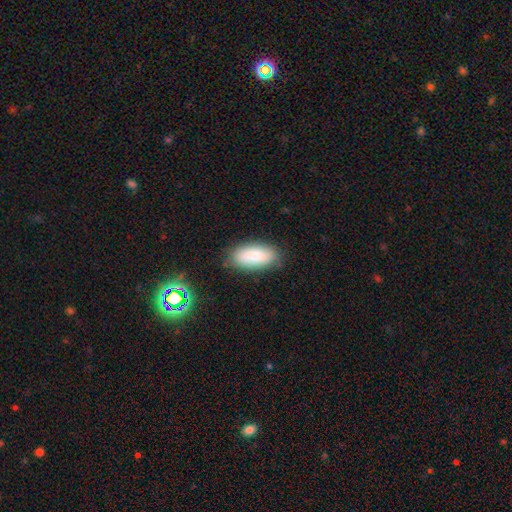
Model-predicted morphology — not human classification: This is likely a smooth galaxy (77%). How rounded: clearly in between (90%). Merging: clearly none (81%).